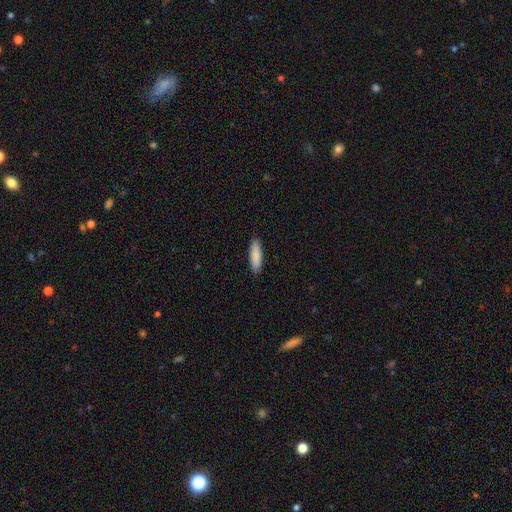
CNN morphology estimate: A smooth galaxy with no disk features (88%) that is cigar-shaped (54%). Merging: none (90%).